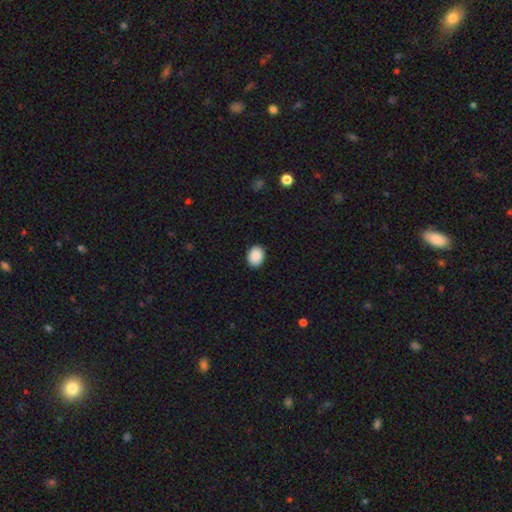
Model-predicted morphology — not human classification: Smooth or featured? Predicted: smooth (p=0.89). How rounded? Predicted: in between (p=0.58). Merging? Predicted: none (p=0.89).